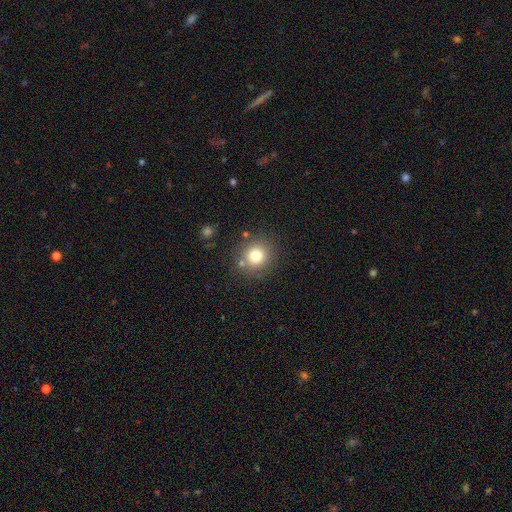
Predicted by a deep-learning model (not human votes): Smooth or featured?
  - smooth: 78% *
  - star or artifact: 13%
  - featured or disk: 9%
How rounded?
  - round: 88% *
  - in between: 11%
  - cigar-shaped: 1%
Merging?
  - none: 82% *
  - minor disturbance: 9%
  - merger: 5%
  - major disturbance: 3%